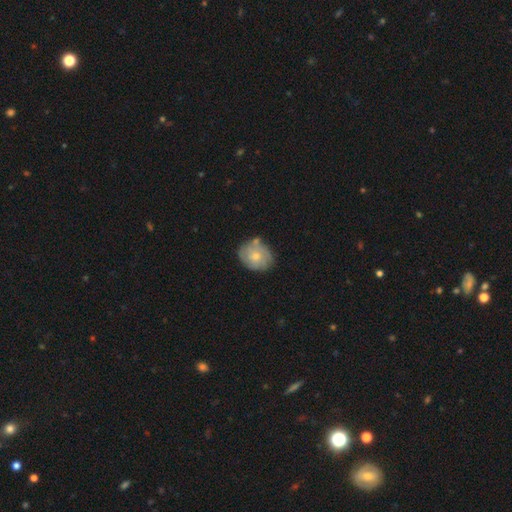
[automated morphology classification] The model was most divided on "smooth or featured": smooth: 57%, featured or disk: 36%, star or artifact: 7%. More confident: merging — none (65%); how rounded — round (61%).